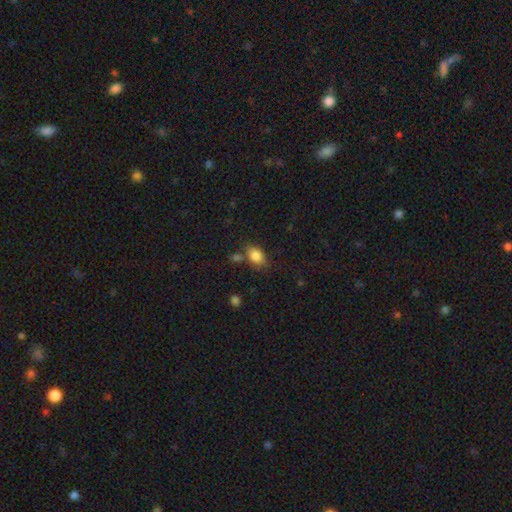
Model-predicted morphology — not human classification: This appears to be a smooth galaxy with no disk features (84%) that is in between round and cigar-shaped (81%). Merging: none (67%).